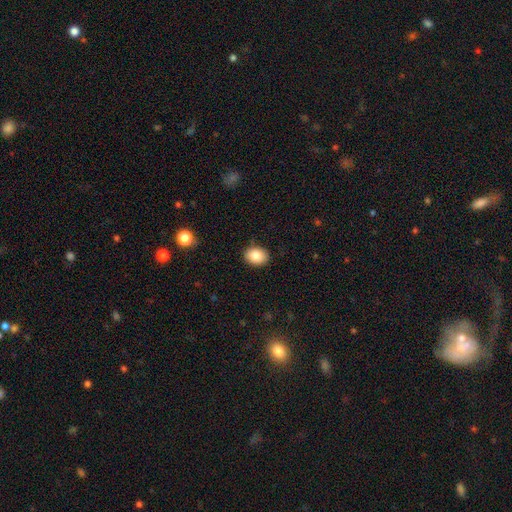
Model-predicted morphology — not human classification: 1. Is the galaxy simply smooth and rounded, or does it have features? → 85% smooth, 8% star or artifact, 7% featured or disk.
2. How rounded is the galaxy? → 65% in between, 34% round, 1% cigar-shaped.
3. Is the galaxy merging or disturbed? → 89% none, 8% minor disturbance, 2% major disturbance, 1% merger.